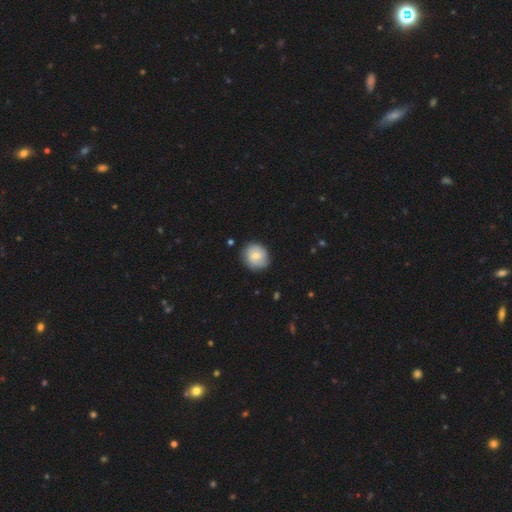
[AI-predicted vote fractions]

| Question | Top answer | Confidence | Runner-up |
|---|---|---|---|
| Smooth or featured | smooth | 73% | featured or disk (20%) |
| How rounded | round | 83% | in between (16%) |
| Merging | none | 80% | minor disturbance (16%) |